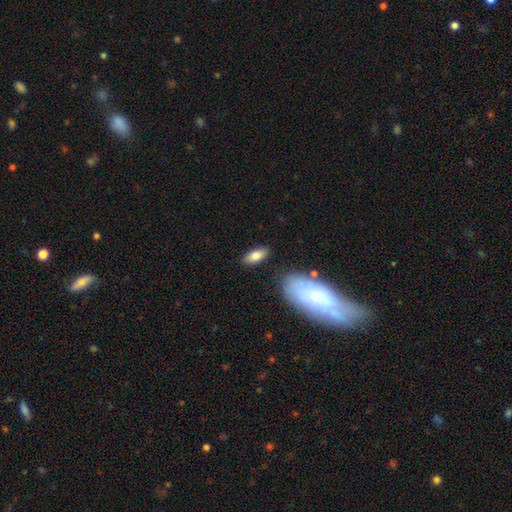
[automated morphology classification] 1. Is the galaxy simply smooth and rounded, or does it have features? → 78% smooth, 15% featured or disk, 7% star or artifact.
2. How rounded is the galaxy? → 82% in between, 15% cigar-shaped, 3% round.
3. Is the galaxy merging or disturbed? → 84% none, 10% minor disturbance, 3% merger, 3% major disturbance.